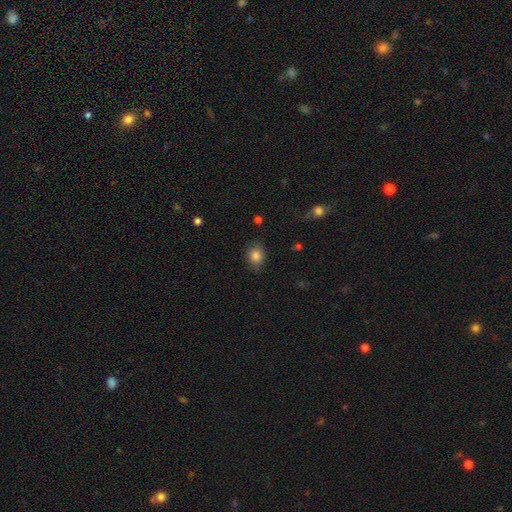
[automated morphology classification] Q: Smooth or featured?
A: smooth (84%); runner-up: star or artifact (10%)
Q: How rounded?
A: round (62%); runner-up: in between (37%)
Q: Merging?
A: none (79%); runner-up: minor disturbance (16%)